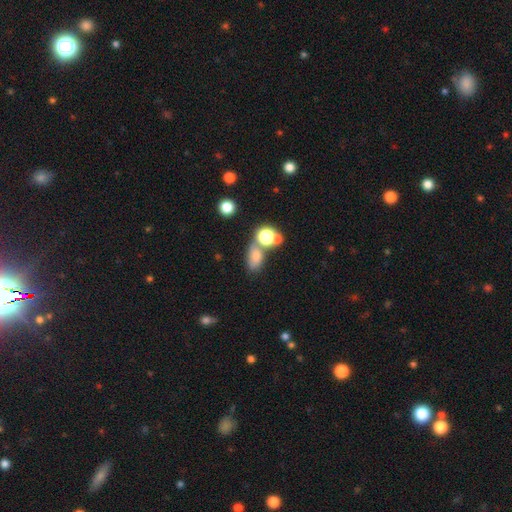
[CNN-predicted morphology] smooth-or-featured: smooth: 68% | star or artifact: 19% | featured or disk: 13%
  how-rounded: in between: 68% | round: 29% | cigar-shaped: 3%
  merging: none: 47% | merger: 31% | minor disturbance: 14% | major disturbance: 8%